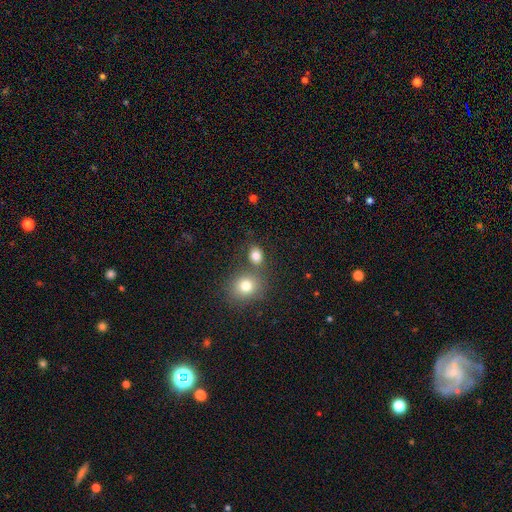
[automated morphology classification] This appears to be a smooth galaxy with no disk features (79%) that is round (53%). Merging: none (62%).